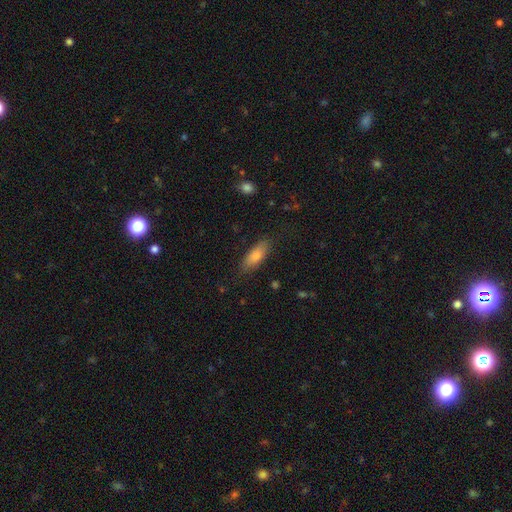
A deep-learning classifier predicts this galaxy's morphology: smooth-or-featured: smooth: 77% | featured or disk: 15% | star or artifact: 7%
  how-rounded: in between: 65% | cigar-shaped: 33% | round: 2%
  merging: none: 81% | minor disturbance: 14% | major disturbance: 4% | merger: 1%